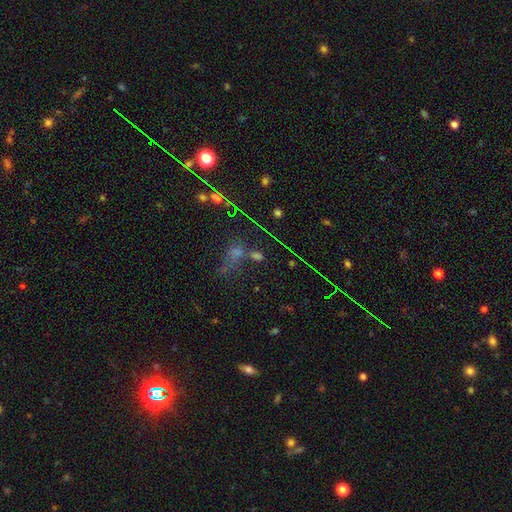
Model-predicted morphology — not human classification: star or artifact 51%, smooth 32%, featured or disk 17%.